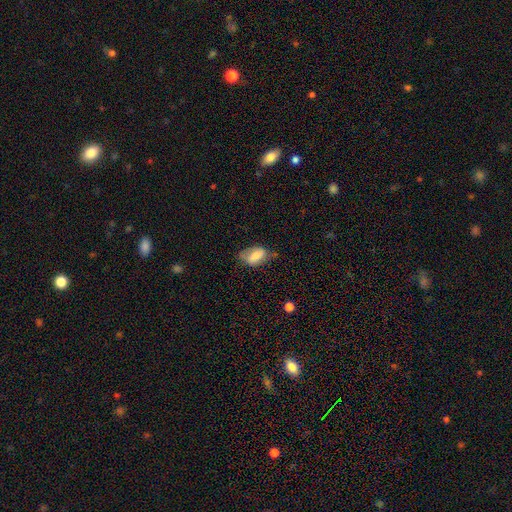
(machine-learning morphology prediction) A smooth galaxy with no disk features (61%) that is in between round and cigar-shaped (88%). Merging: none (54%).